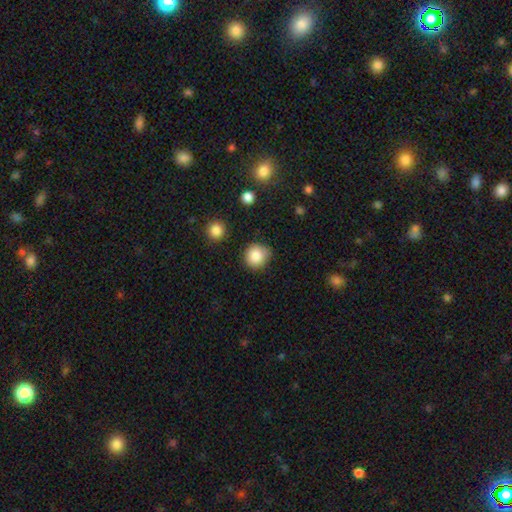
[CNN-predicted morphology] smooth_or_featured: smooth (p=0.86) [alt: star or artifact p=0.09]
how_rounded: round (p=0.91) [alt: in between p=0.08]
merging: none (p=0.80) [alt: minor disturbance p=0.14]